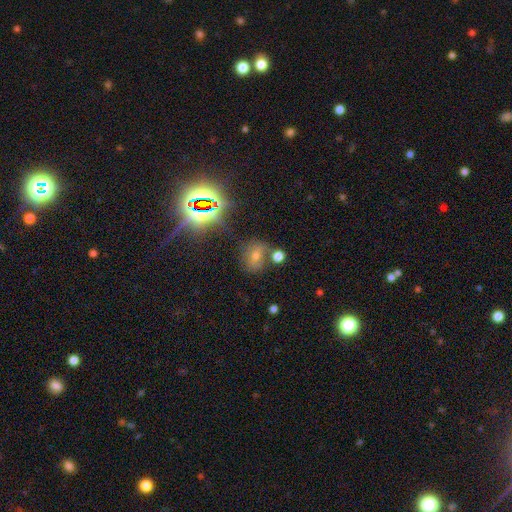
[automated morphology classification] A star or artifact, not a galaxy (50%).

Vote fractions:
- Smooth or featured? star or artifact: 50% / smooth: 31% / featured or disk: 20%